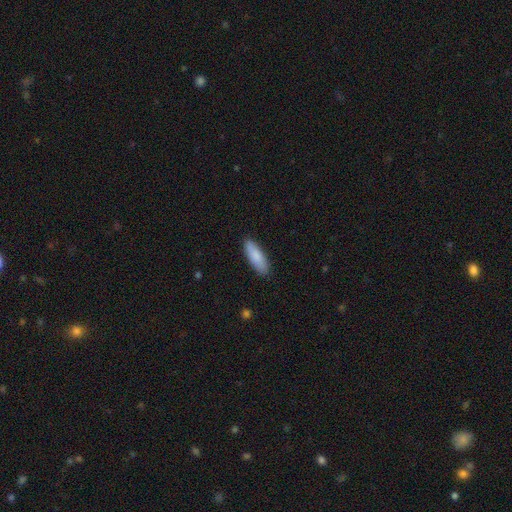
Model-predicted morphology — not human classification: Smooth or featured? Predicted: smooth (p=0.86). How rounded? Predicted: in between (p=0.58). Merging? Predicted: none (p=0.88).